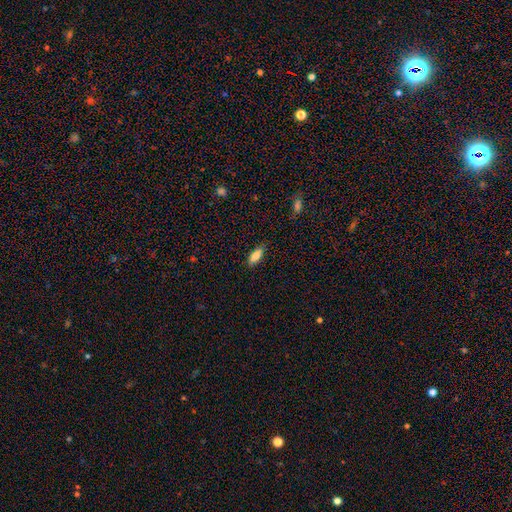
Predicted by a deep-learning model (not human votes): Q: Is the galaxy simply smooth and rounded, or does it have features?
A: smooth — 81%.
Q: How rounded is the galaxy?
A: in between — 73%.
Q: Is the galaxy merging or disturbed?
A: none — 85%.